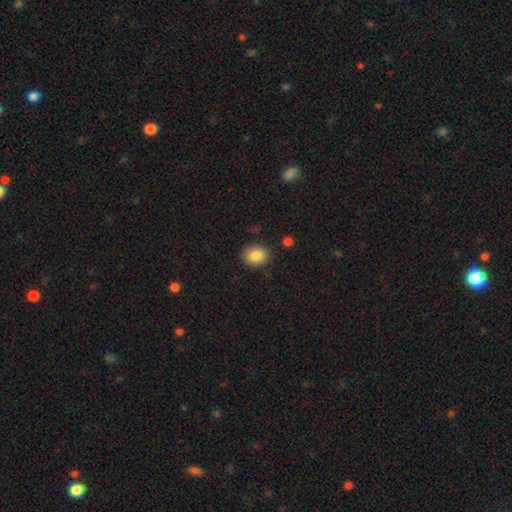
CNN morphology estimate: Smooth or featured?
  - smooth: 86% *
  - star or artifact: 9%
  - featured or disk: 5%
How rounded?
  - round: 57% *
  - in between: 42%
  - cigar-shaped: 1%
Merging?
  - none: 86% *
  - minor disturbance: 9%
  - major disturbance: 3%
  - merger: 2%